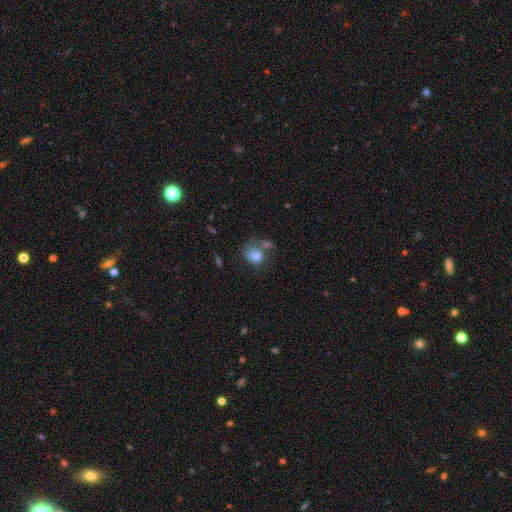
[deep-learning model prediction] Morphology: type=smooth (76%); roundness=round (62%); merging=none (37%).